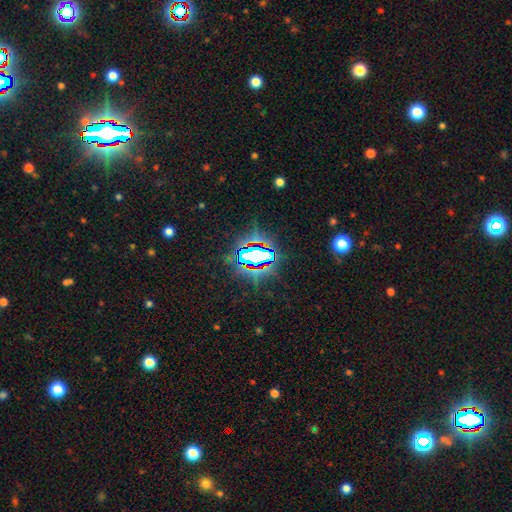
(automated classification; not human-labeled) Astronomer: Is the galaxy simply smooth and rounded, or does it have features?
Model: star or artifact — 71%.